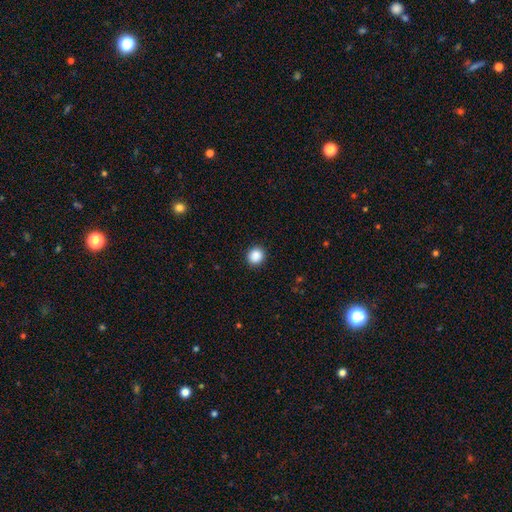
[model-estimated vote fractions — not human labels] A smooth galaxy with no disk features (88%) that is round (88%). Merging: none (91%).